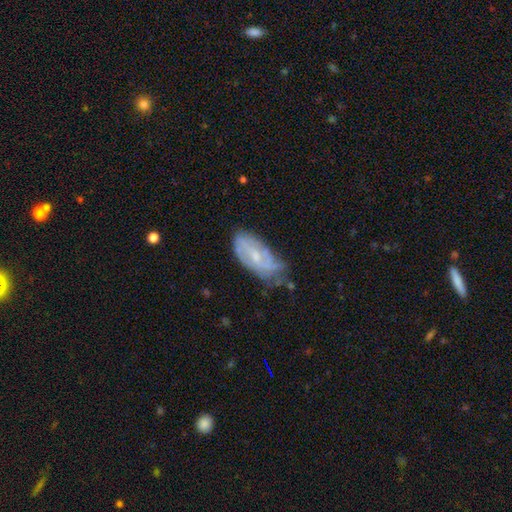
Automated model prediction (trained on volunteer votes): featured or disk 66%, smooth 26%, star or artifact 7%. Down the decision tree: edge-on disk — no (92%); bar — weak (47%); spiral arms — yes (78%); bulge size — small (62%); merging — none (50%).